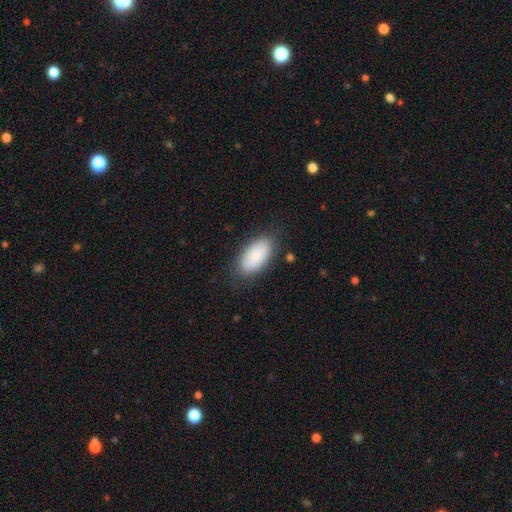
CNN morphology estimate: Smooth or featured: smooth — 83% (featured or disk — 10%)
How rounded: in between — 94% (cigar-shaped — 3%)
Merging: none — 81% (minor disturbance — 14%)